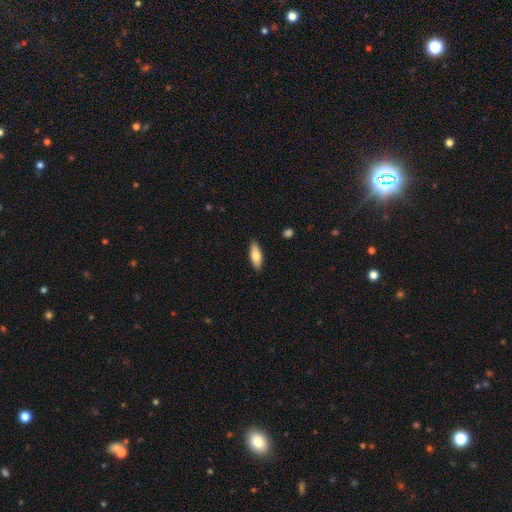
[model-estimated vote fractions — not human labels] Overall: smooth (78%). How rounded: in between (74%). Merging: none (88%).